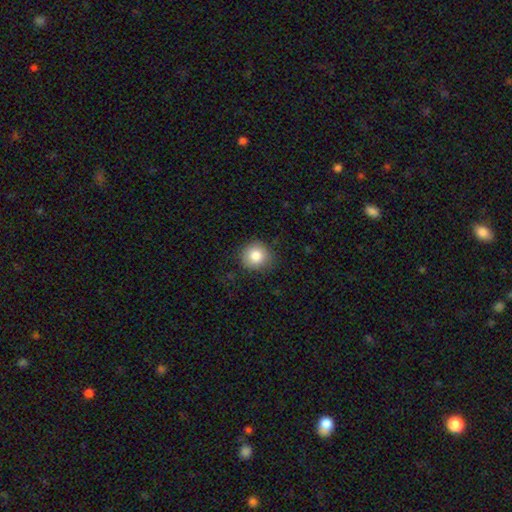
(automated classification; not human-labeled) Smooth or featured: smooth — 83% (star or artifact — 10%)
How rounded: round — 91% (in between — 8%)
Merging: none — 85% (minor disturbance — 11%)